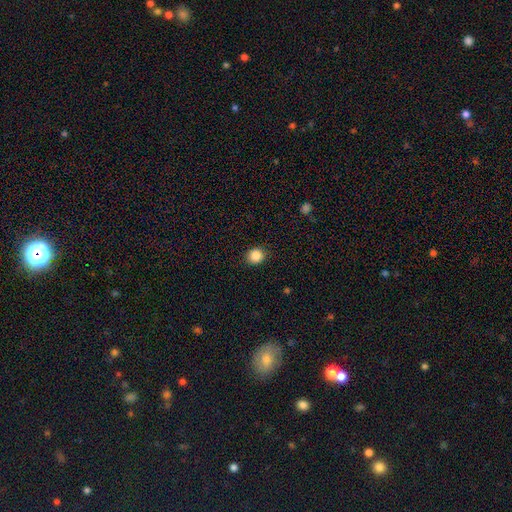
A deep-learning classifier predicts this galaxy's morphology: Smooth or featured?
  - smooth: 87% *
  - star or artifact: 10%
  - featured or disk: 3%
How rounded?
  - round: 82% *
  - in between: 18%
  - cigar-shaped: 1%
Merging?
  - none: 90% *
  - minor disturbance: 7%
  - major disturbance: 2%
  - merger: 1%